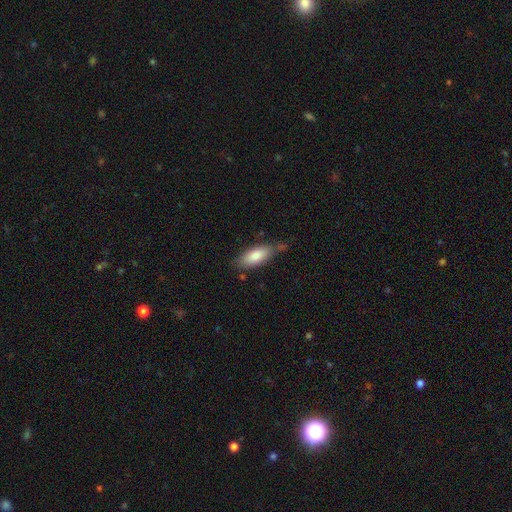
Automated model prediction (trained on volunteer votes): Smooth or featured? smooth (81%)
How rounded? in between (78%)
Merging? none (62%)